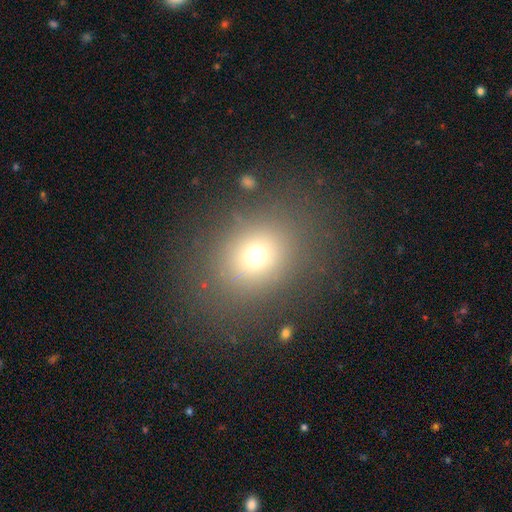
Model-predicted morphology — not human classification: The model was most divided on "how rounded": round: 61%, in between: 38%, cigar-shaped: 1%. More confident: merging — none (83%); smooth or featured — smooth (69%).